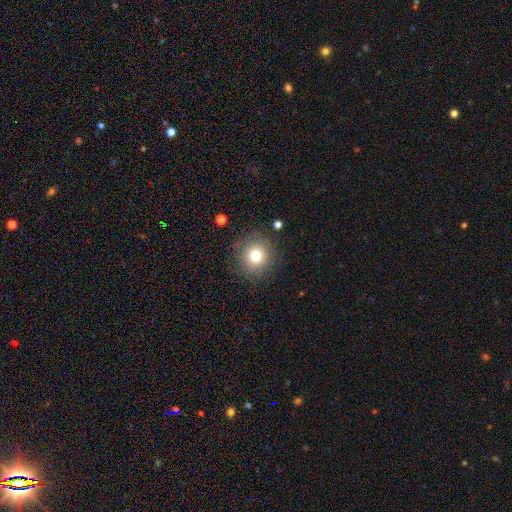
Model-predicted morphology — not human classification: A smooth galaxy with no disk features (77%) that is round (91%).

Vote fractions:
- Smooth or featured? smooth: 77% / star or artifact: 13% / featured or disk: 10%
- How rounded? round: 91% / in between: 8% / cigar-shaped: 1%
- Merging? none: 87% / minor disturbance: 8% / major disturbance: 3% / merger: 2%